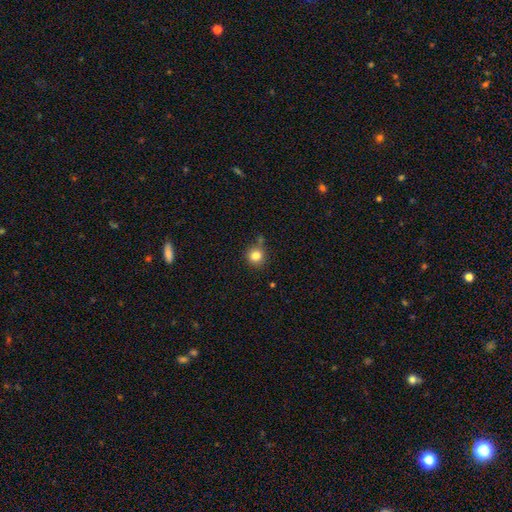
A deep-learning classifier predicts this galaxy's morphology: smooth-or-featured: smooth: 82% | star or artifact: 12% | featured or disk: 6%
  how-rounded: round: 91% | in between: 8% | cigar-shaped: 1%
  merging: none: 73% | minor disturbance: 15% | merger: 8% | major disturbance: 4%